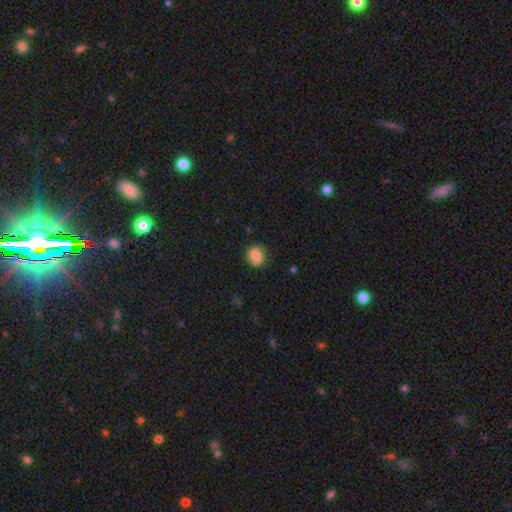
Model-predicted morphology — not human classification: This is likely a smooth galaxy (66%). How rounded: likely round (70%). Merging: likely none (73%).